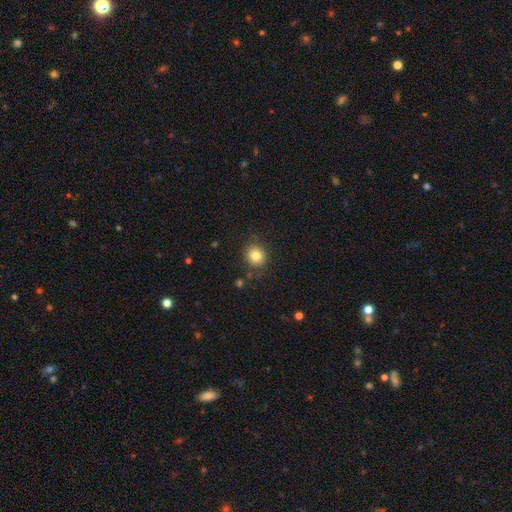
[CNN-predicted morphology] A smooth galaxy with no disk features (82%) that is round (82%). Merging: none (83%).